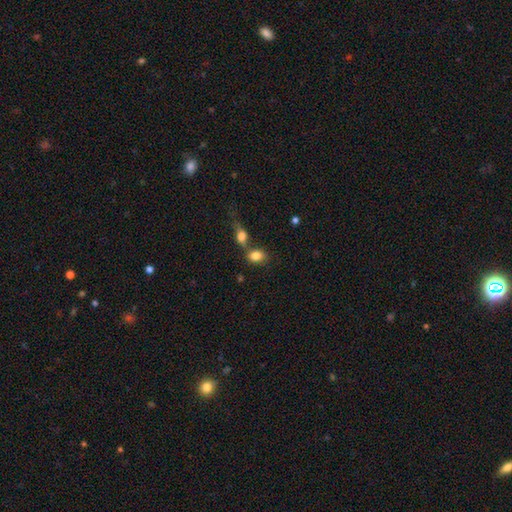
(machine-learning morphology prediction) The model was most divided on "merging": none: 44%, merger: 40%, minor disturbance: 11%, major disturbance: 5%. More confident: smooth or featured — smooth (83%); how rounded — in between (74%).